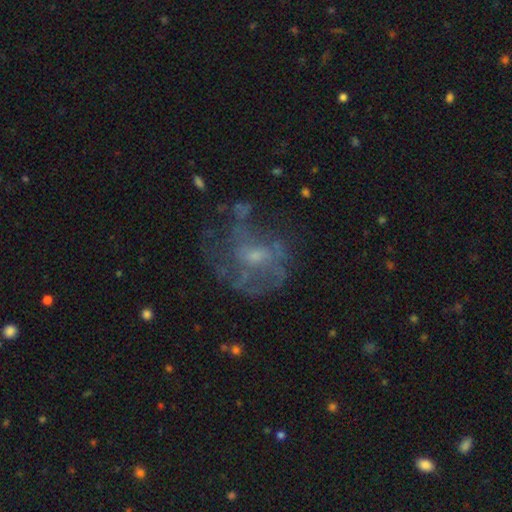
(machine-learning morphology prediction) smooth-or-featured: featured or disk: 65% | smooth: 21% | star or artifact: 14%
  disk-edge-on: no: 98% | yes: 2%
    bar: no: 66% | weak: 29% | strong: 4%
    has-spiral-arms: yes: 51% | no: 49%
    bulge-size: small: 55% | moderate: 31% | none: 12% | large: 2% | dominant: 1%
  merging: none: 51% | major disturbance: 27% | minor disturbance: 19% | merger: 4%